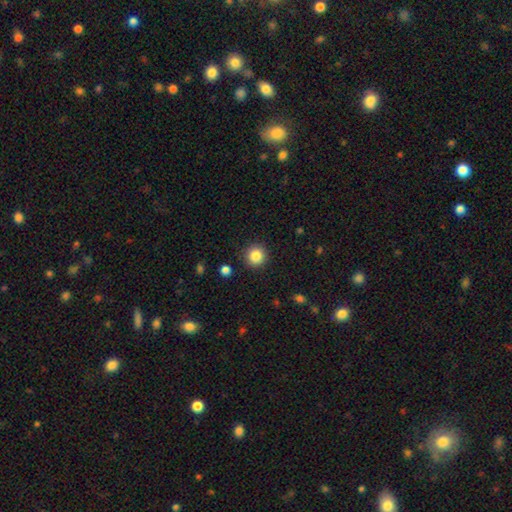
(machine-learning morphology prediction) Smooth or featured? Predicted: smooth (p=0.85). How rounded? Predicted: round (p=0.94). Merging? Predicted: none (p=0.90).